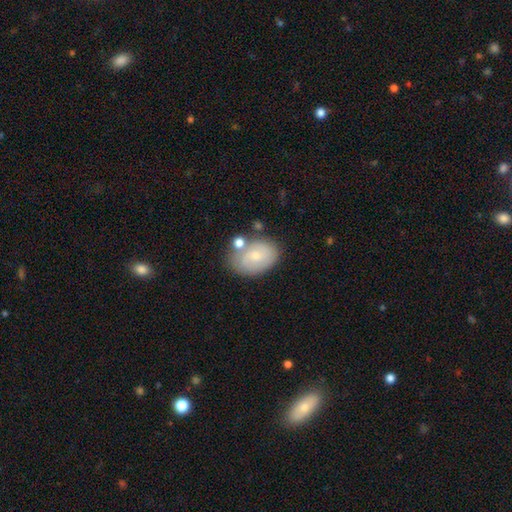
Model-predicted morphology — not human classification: Smooth or featured? Predicted: smooth (p=0.51). How rounded? Predicted: in between (p=0.80). Merging? Predicted: none (p=0.61).